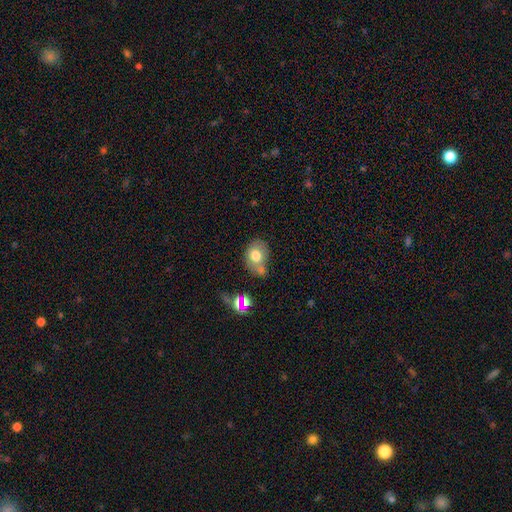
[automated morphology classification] A smooth galaxy with no disk features (71%) that is in between round and cigar-shaped (59%).

Vote fractions:
- Smooth or featured? smooth: 71% / featured or disk: 18% / star or artifact: 11%
- How rounded? in between: 59% / round: 40% / cigar-shaped: 1%
- Merging? none: 42% / merger: 25% / minor disturbance: 23% / major disturbance: 9%